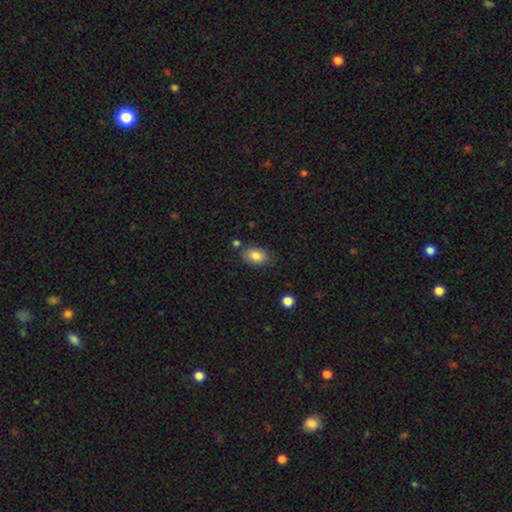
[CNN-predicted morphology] A smooth galaxy with no disk features (85%) that is in between round and cigar-shaped (85%). Merging: none (75%).